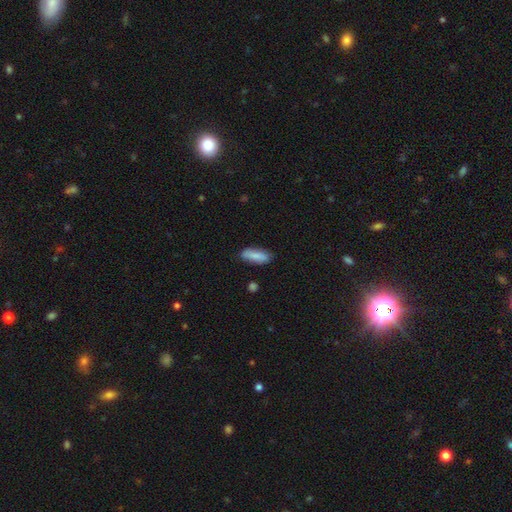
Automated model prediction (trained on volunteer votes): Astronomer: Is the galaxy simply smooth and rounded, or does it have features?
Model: smooth — 84%.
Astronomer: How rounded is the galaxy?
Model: in between — 62%.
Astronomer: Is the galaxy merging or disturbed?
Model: none — 83%.